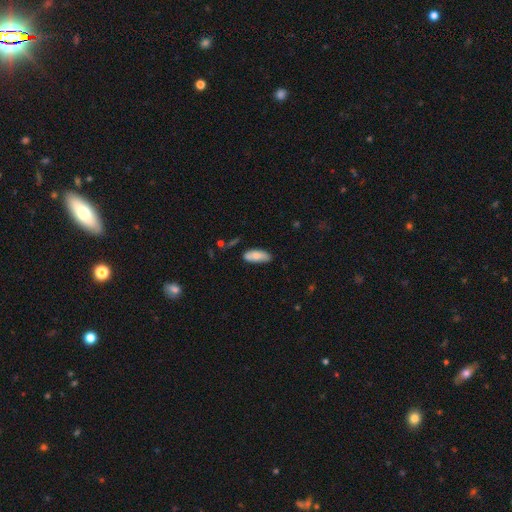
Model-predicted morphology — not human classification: The model was most divided on "merging": none: 72%, minor disturbance: 21%, major disturbance: 4%, merger: 3%. More confident: how rounded — in between (78%); smooth or featured — smooth (77%).